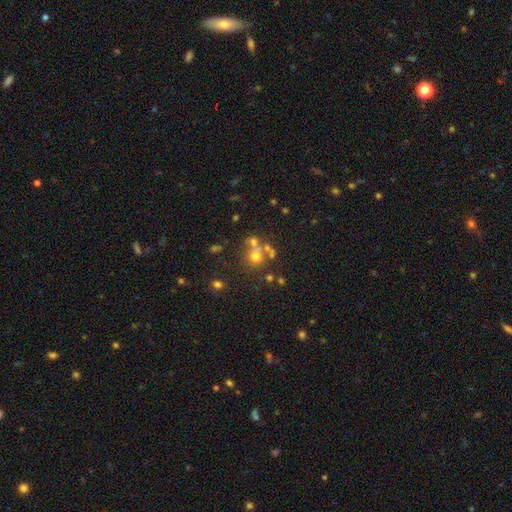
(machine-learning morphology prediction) Smooth or featured?
  - smooth: 59% *
  - star or artifact: 23%
  - featured or disk: 19%
How rounded?
  - round: 85% *
  - in between: 14%
  - cigar-shaped: 1%
Merging?
  - none: 53% *
  - merger: 32%
  - minor disturbance: 9%
  - major disturbance: 6%